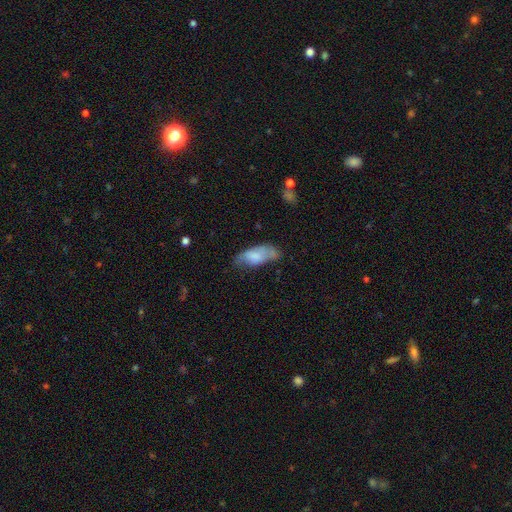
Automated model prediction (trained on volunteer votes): Smooth or featured? smooth (70%)
How rounded? in between (80%)
Merging? none (44%)